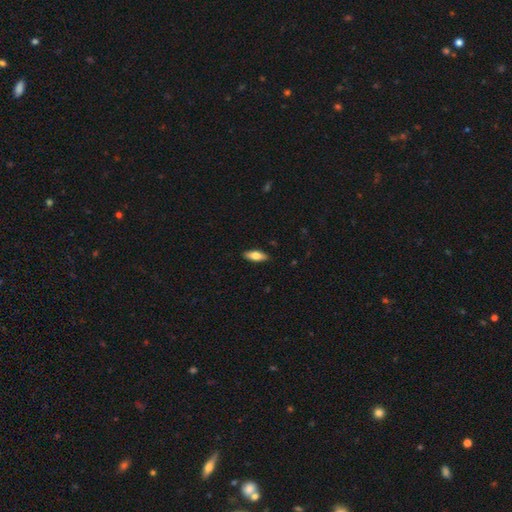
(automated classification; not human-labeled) Smooth or featured? Predicted: smooth (p=0.71). How rounded? Predicted: in between (p=0.73). Merging? Predicted: none (p=0.89).